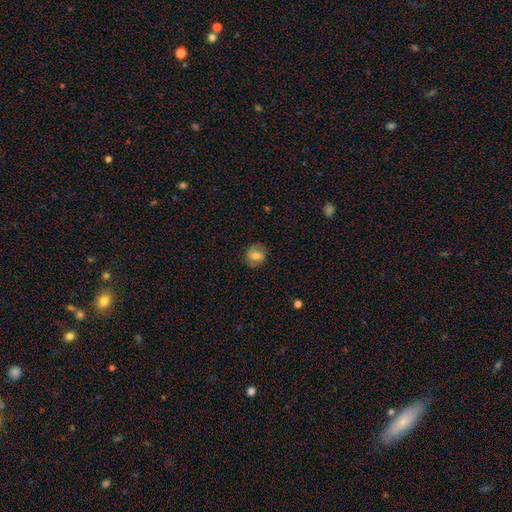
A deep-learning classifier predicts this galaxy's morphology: This appears to be a smooth galaxy with no disk features (59%) that is round (67%). Merging: none (80%).